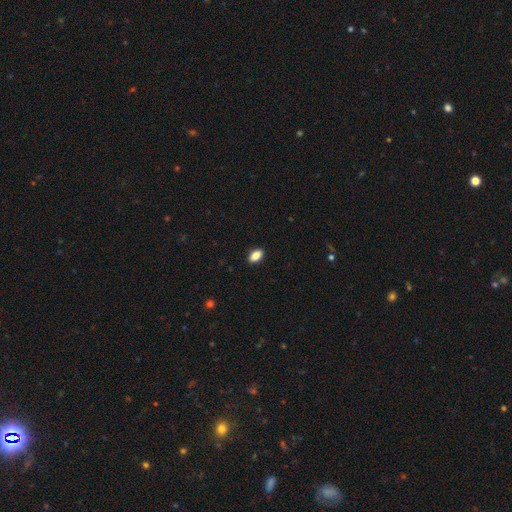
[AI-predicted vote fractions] smooth_or_featured: smooth (p=0.86) [alt: star or artifact p=0.08]
how_rounded: in between (p=0.90) [alt: round p=0.06]
merging: none (p=0.90) [alt: minor disturbance p=0.08]